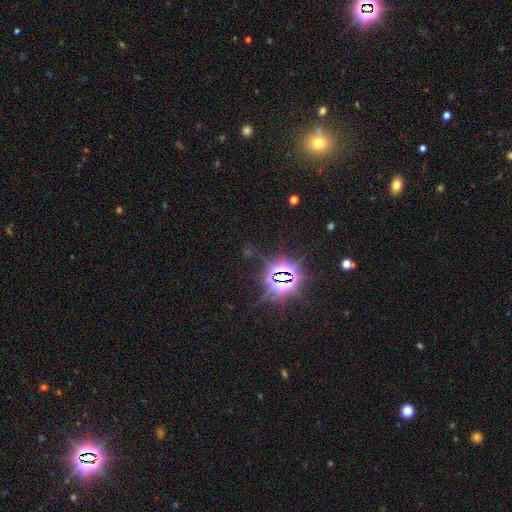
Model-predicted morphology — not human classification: Smooth or featured? Predicted: star or artifact (p=0.82).